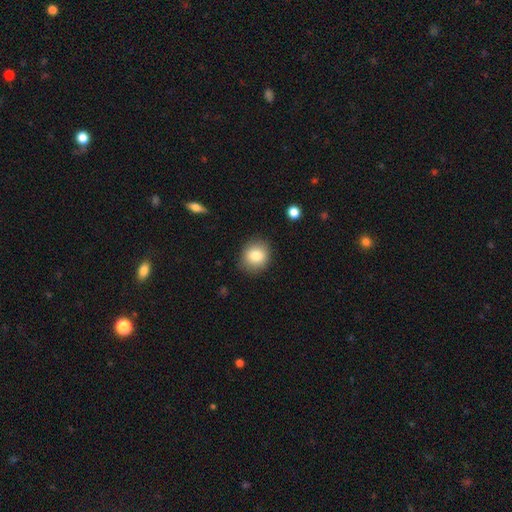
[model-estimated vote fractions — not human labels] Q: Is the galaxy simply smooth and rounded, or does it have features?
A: smooth — 82%.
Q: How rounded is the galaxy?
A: round — 76%.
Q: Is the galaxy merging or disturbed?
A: none — 86%.